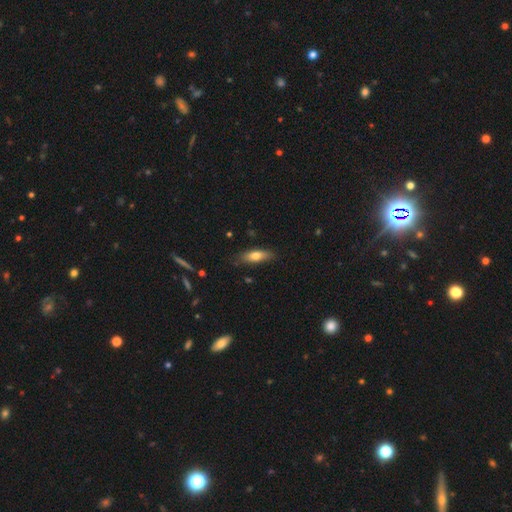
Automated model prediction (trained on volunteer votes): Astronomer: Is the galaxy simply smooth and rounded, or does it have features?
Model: smooth — 69%.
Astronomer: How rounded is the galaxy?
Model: in between — 50% (runner-up: cigar-shaped, 47%).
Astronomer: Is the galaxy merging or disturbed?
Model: none — 80%.